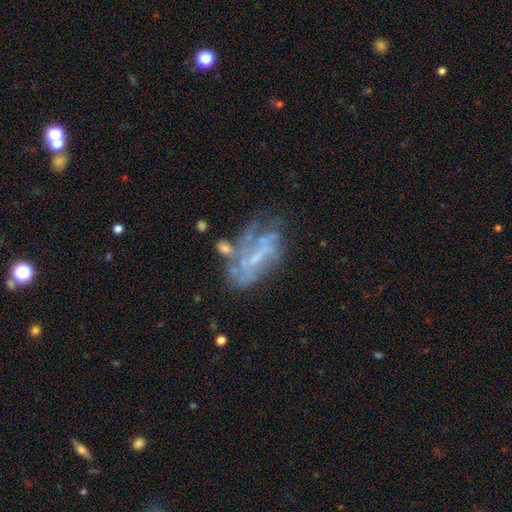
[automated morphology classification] This appears to be a featured or disk galaxy (71%) with no bar (43%), spiral arms (60%) and a small central bulge (53%). Merging: none (38%).